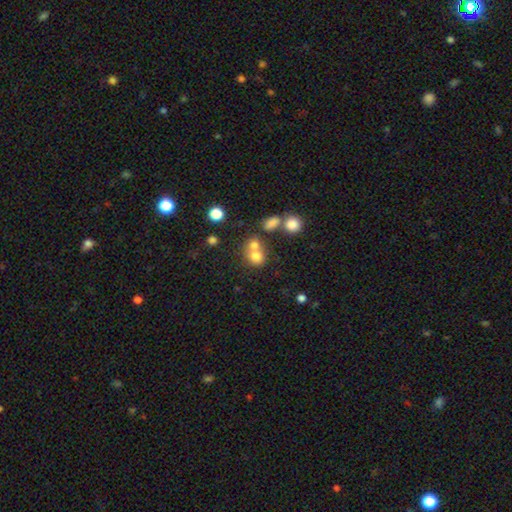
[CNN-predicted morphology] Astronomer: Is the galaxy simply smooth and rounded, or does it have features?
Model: smooth — 73%.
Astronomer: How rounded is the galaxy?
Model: round — 73%.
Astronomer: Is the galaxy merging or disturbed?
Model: merger — 50% (runner-up: none, 37%).